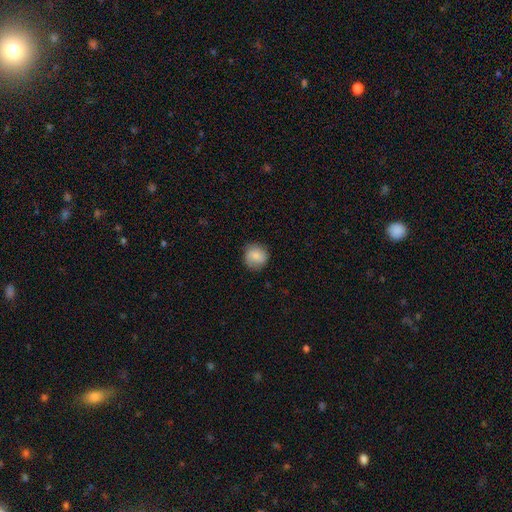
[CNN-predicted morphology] Smooth or featured? Predicted: smooth (p=0.81). How rounded? Predicted: round (p=0.90). Merging? Predicted: none (p=0.83).